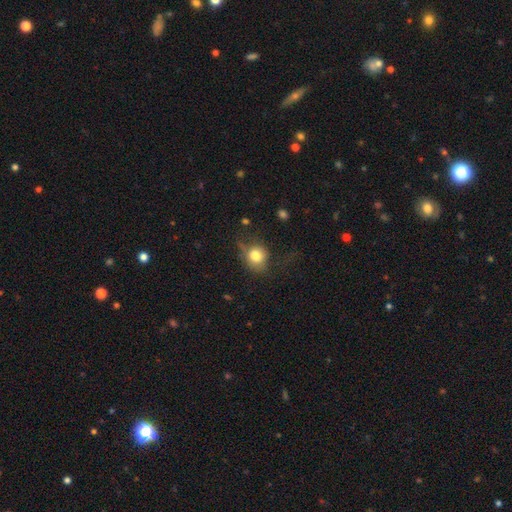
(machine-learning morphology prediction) type=smooth (77%); roundness=round (75%); merging=none (55%).